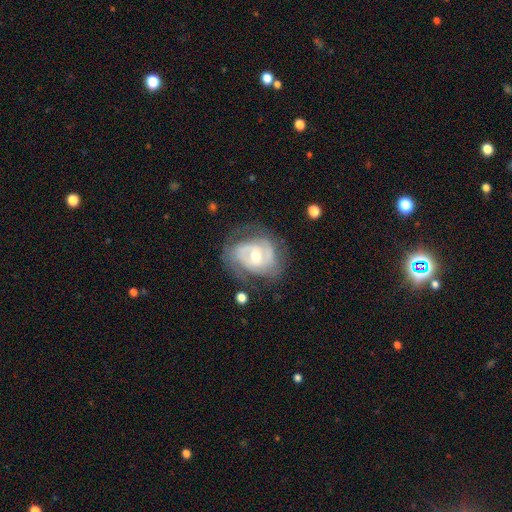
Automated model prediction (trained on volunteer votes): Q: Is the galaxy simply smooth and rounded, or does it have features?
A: featured or disk — 76%.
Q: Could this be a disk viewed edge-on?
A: no — 97%.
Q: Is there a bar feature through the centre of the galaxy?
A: no — 43%, tied with weak.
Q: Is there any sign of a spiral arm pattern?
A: yes — 78%.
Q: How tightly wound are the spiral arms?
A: tight — 54%.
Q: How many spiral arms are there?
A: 2 — 44%.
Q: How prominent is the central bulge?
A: moderate — 64%.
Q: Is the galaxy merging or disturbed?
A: none — 59%.